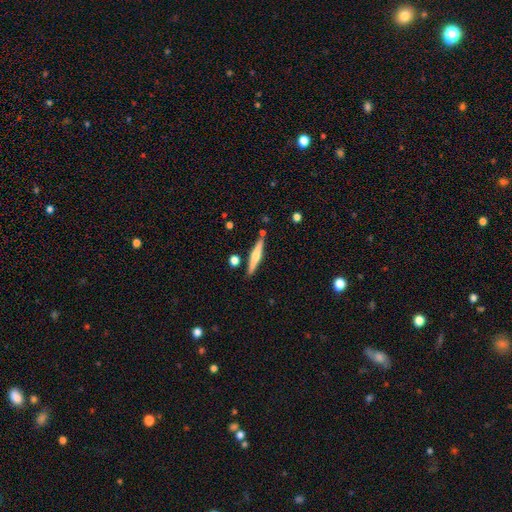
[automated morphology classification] smooth-or-featured: featured or disk: 60% | smooth: 34% | star or artifact: 6%
  disk-edge-on: yes: 97% | no: 3%
    edge-on-bulge: rounded: 86% | none: 8% | boxy: 6%
  merging: none: 85% | minor disturbance: 8% | merger: 4% | major disturbance: 2%